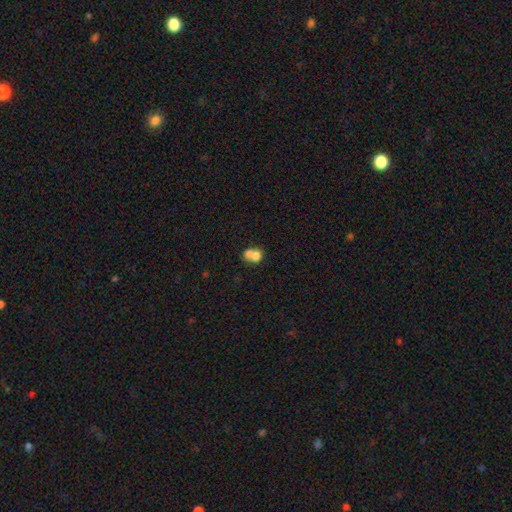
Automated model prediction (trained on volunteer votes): Smooth or featured? smooth (71%)
How rounded? round (59%)
Merging? merger (66%)